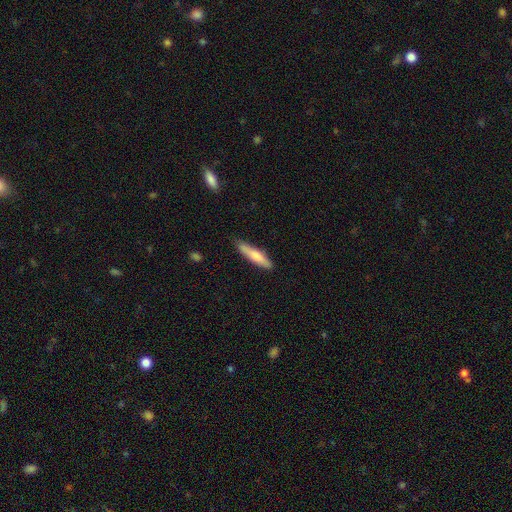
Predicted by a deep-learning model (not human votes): smooth_or_featured: smooth (p=0.70) [alt: featured or disk p=0.24]
how_rounded: cigar-shaped (p=0.84) [alt: in between p=0.15]
merging: none (p=0.83) [alt: minor disturbance p=0.13]